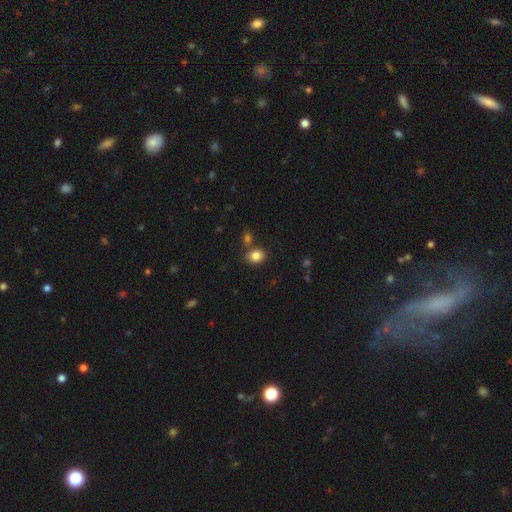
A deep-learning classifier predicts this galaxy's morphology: Q: Smooth or featured?
A: smooth (84%); runner-up: star or artifact (10%)
Q: How rounded?
A: round (54%); runner-up: in between (45%)
Q: Merging?
A: none (72%); runner-up: merger (14%)